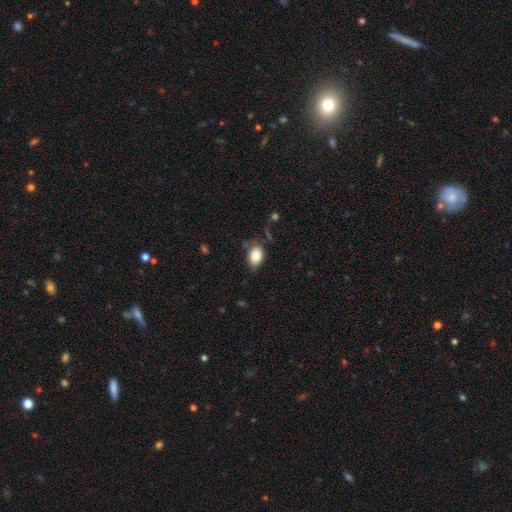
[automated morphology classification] smooth_or_featured: smooth (p=0.84) [alt: featured or disk p=0.08]
how_rounded: in between (p=0.84) [alt: round p=0.14]
merging: none (p=0.70) [alt: minor disturbance p=0.20]